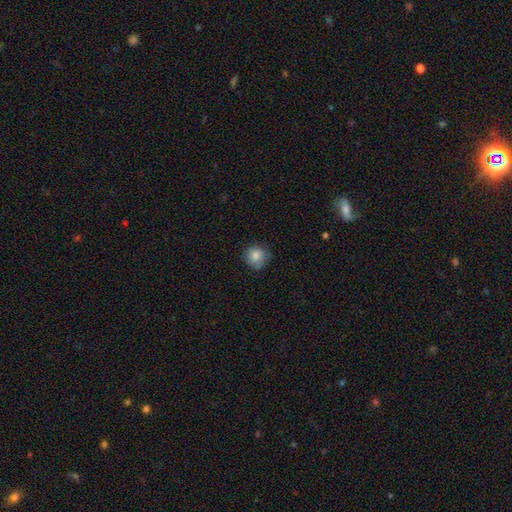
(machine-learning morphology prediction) Q: Smooth or featured?
A: smooth (84%); runner-up: star or artifact (9%)
Q: How rounded?
A: round (90%); runner-up: in between (9%)
Q: Merging?
A: none (75%); runner-up: minor disturbance (20%)